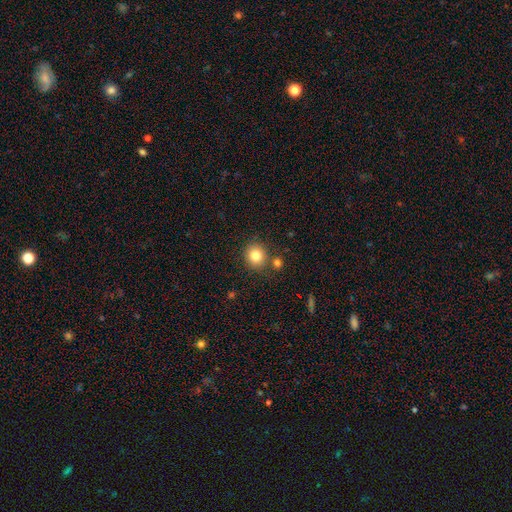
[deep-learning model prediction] smooth_or_featured: smooth (p=0.82) [alt: star or artifact p=0.11]
how_rounded: round (p=0.83) [alt: in between p=0.16]
merging: none (p=0.79) [alt: merger p=0.09]